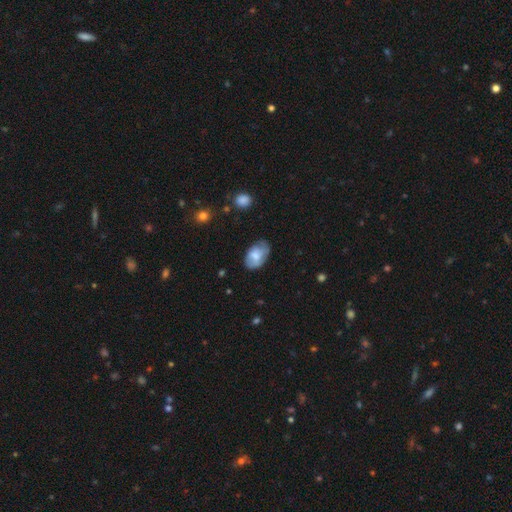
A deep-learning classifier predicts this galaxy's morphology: smooth_or_featured: smooth (p=0.65) [alt: featured or disk p=0.28]
how_rounded: in between (p=0.90) [alt: round p=0.09]
merging: none (p=0.57) [alt: minor disturbance p=0.32]